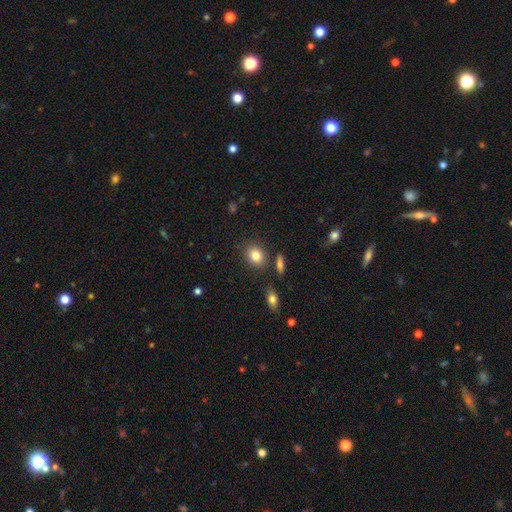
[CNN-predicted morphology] The model was most divided on "how rounded": in between: 54%, round: 44%, cigar-shaped: 1%. More confident: smooth or featured — smooth (83%); merging — none (80%).